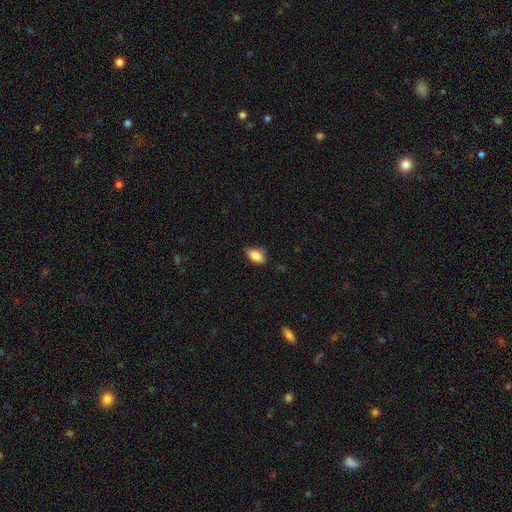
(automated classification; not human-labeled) This appears to be a smooth galaxy with no disk features (84%) that is in between round and cigar-shaped (88%). Merging: none (62%).